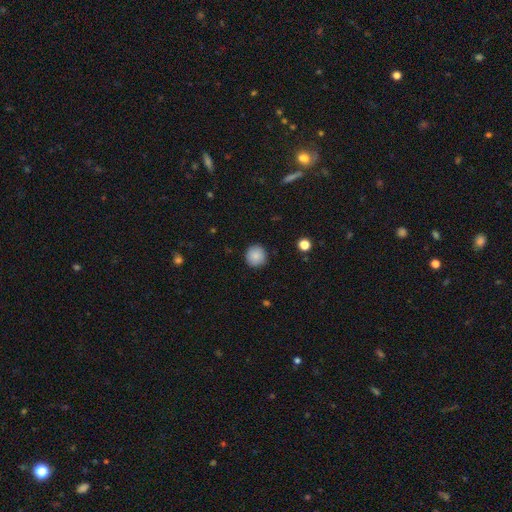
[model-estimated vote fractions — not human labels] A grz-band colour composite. It shows a smooth galaxy with no disk features (87%) that is round (93%). Merging: none (89%).